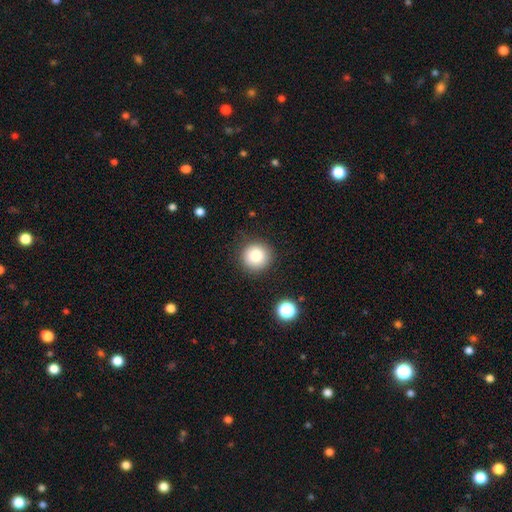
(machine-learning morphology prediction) Smooth or featured? smooth (81%)
How rounded? round (94%)
Merging? none (87%)